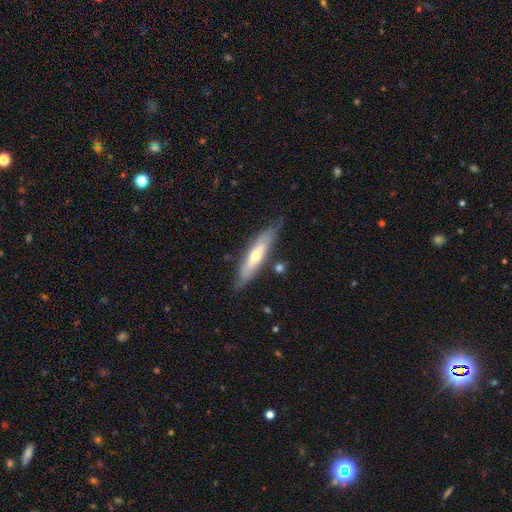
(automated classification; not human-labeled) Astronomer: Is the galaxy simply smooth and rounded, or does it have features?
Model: featured or disk — 50% (runner-up: smooth, 44%).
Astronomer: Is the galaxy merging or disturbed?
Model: none — 76%.